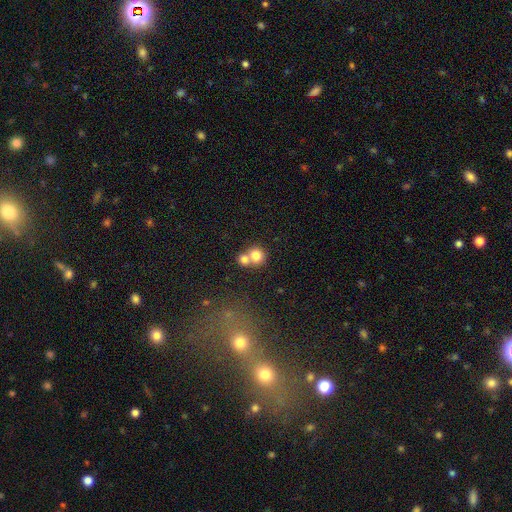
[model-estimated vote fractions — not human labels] Overall: smooth (77%). How rounded: round (81%). Merging: merger (54%; none 37%).